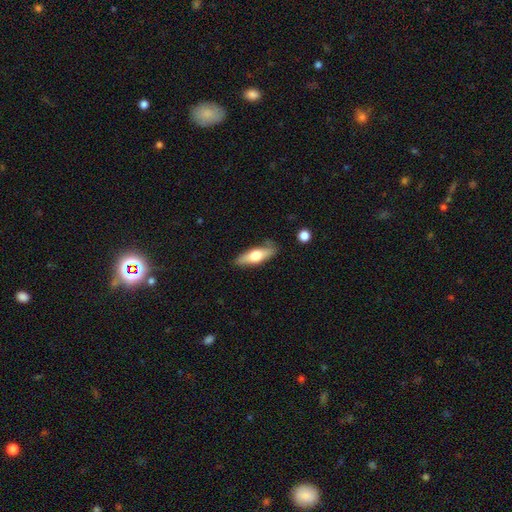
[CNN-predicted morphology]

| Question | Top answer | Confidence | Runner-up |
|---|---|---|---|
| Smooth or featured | smooth | 56% | featured or disk (38%) |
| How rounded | in between | 50% | cigar-shaped (47%) |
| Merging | none | 80% | minor disturbance (15%) |